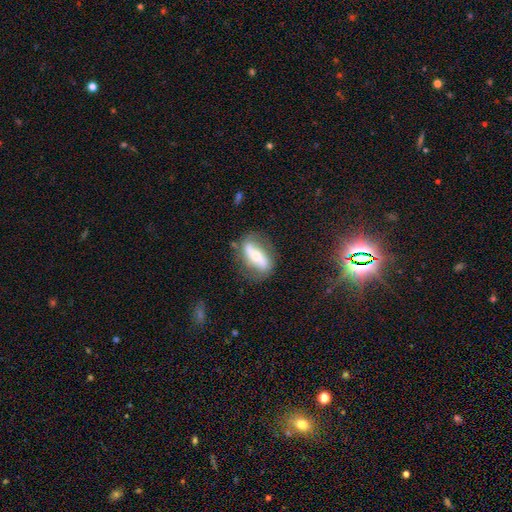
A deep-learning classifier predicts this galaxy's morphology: featured or disk 68%, smooth 26%, star or artifact 6%. Down the decision tree: edge-on disk — no (81%); bar — strong (56%); spiral arms — yes (72%); bulge size — moderate (52%); merging — none (72%).